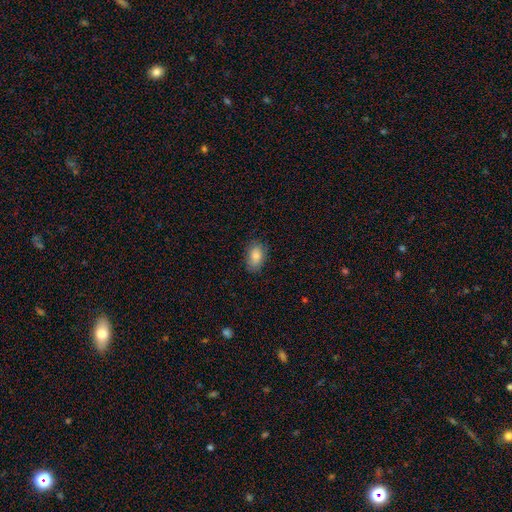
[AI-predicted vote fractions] Overall: smooth (82%). How rounded: in between (90%). Merging: none (82%).